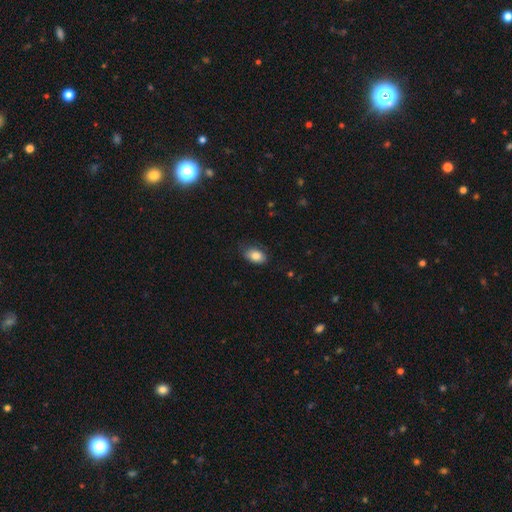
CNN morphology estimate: Q: Smooth or featured?
A: smooth (84%); runner-up: featured or disk (8%)
Q: How rounded?
A: in between (87%); runner-up: round (11%)
Q: Merging?
A: none (73%); runner-up: minor disturbance (21%)